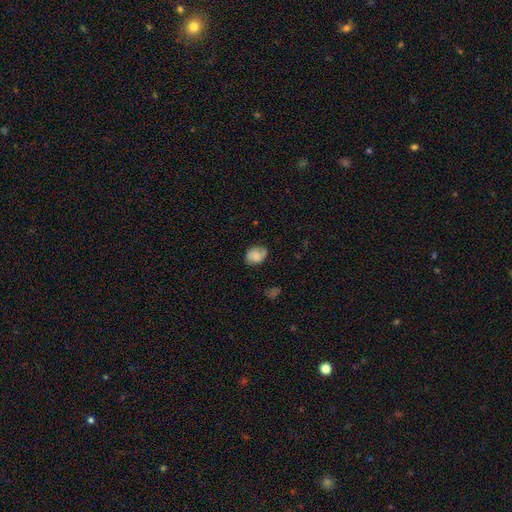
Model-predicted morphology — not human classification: The model was most divided on "how rounded": in between: 58%, round: 41%, cigar-shaped: 1%. More confident: merging — none (69%); smooth or featured — smooth (61%).